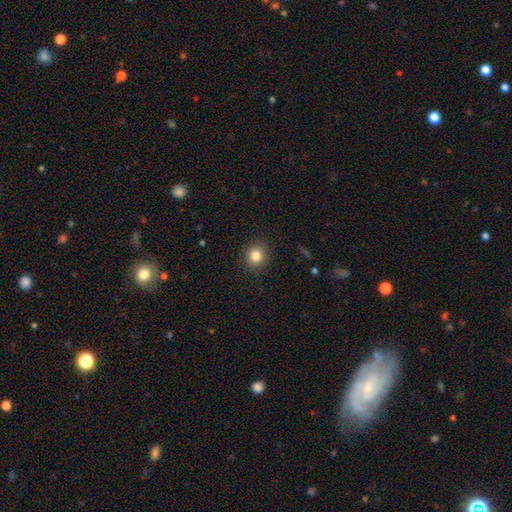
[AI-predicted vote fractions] smooth 84%, star or artifact 11%, featured or disk 6%. Down the decision tree: how rounded — round (83%); merging — none (89%).